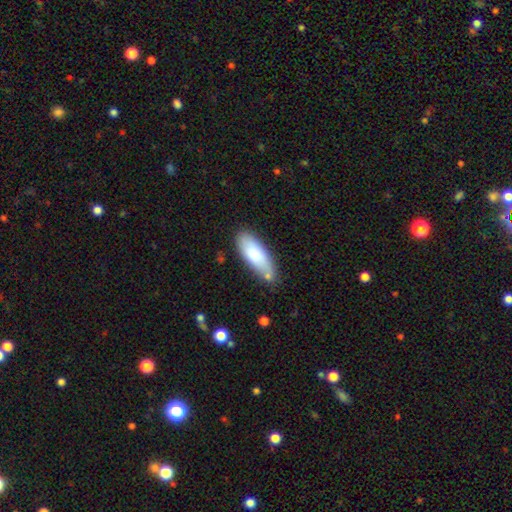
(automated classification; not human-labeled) Morphology: type=smooth (80%); roundness=in between (66%); merging=none (68%).